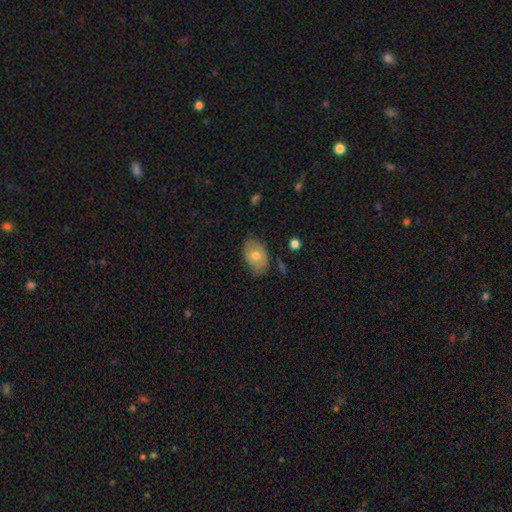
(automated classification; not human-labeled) Overall: smooth (66%). How rounded: in between (82%). Merging: none (72%).